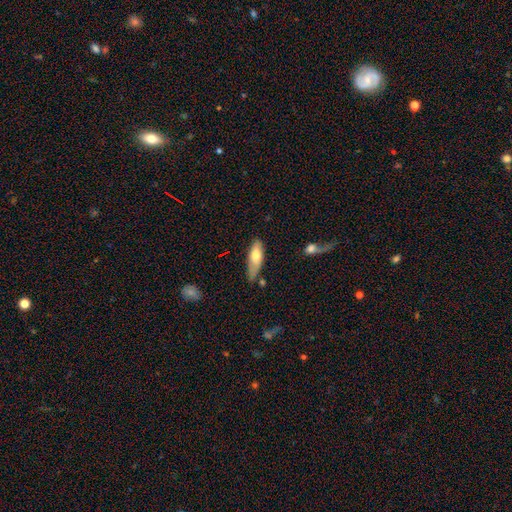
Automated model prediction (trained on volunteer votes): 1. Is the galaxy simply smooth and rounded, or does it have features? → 66% smooth, 28% featured or disk, 6% star or artifact.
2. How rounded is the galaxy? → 57% in between, 41% cigar-shaped, 2% round.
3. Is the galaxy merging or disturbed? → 55% none, 29% minor disturbance, 8% major disturbance, 8% merger.